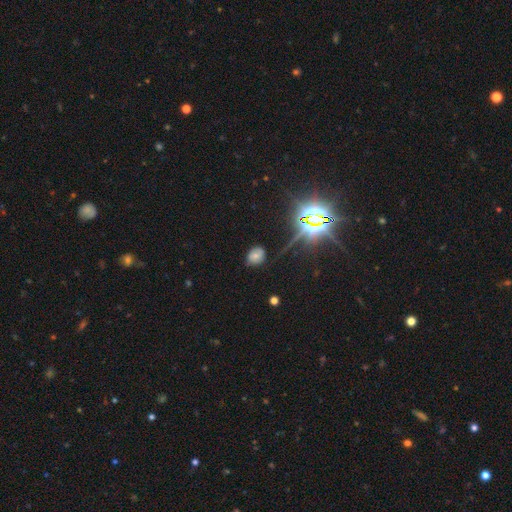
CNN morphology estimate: Smooth or featured: smooth — 56% (star or artifact — 26%)
How rounded: in between — 50% (round — 49%)
Merging: none — 72% (minor disturbance — 20%)